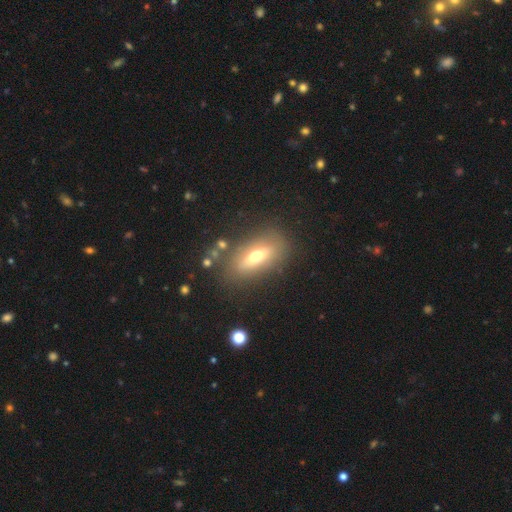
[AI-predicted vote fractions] Smooth or featured? smooth (54%)
How rounded? in between (72%)
Merging? none (79%)